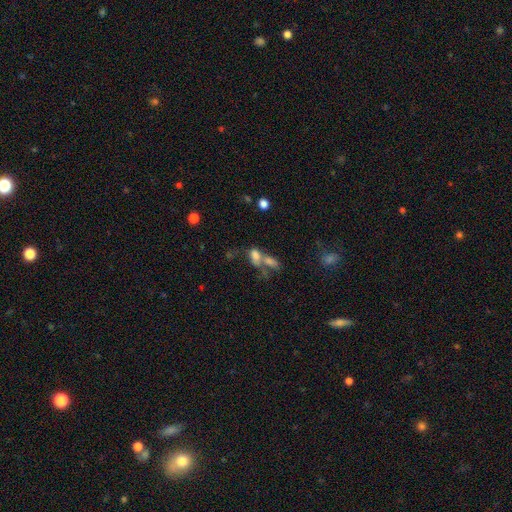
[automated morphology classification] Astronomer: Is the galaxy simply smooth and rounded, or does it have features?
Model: smooth — 66%.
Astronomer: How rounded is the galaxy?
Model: in between — 80%.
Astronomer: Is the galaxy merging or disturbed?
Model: merger — 61%.